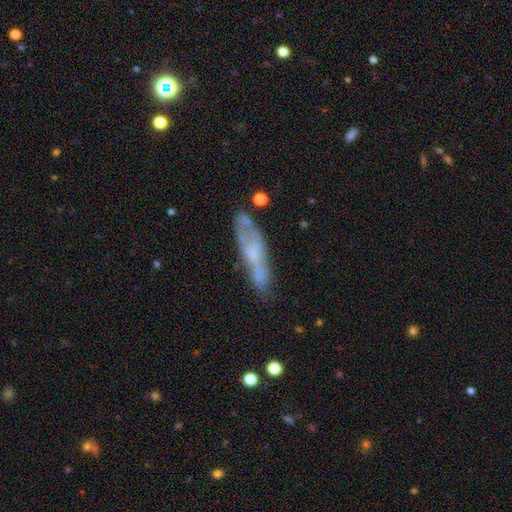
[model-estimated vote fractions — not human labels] This appears to be a featured or disk galaxy (52%). Merging: none (58%).